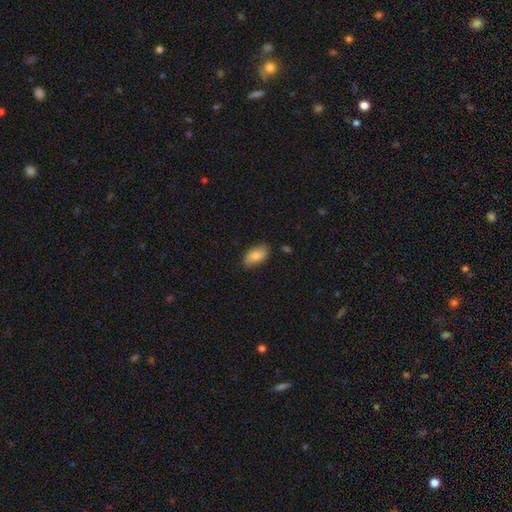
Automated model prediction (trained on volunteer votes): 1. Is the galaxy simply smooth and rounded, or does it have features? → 84% smooth, 9% featured or disk, 6% star or artifact.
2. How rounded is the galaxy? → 93% in between, 4% cigar-shaped, 3% round.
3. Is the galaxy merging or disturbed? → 80% none, 15% minor disturbance, 3% major disturbance, 2% merger.